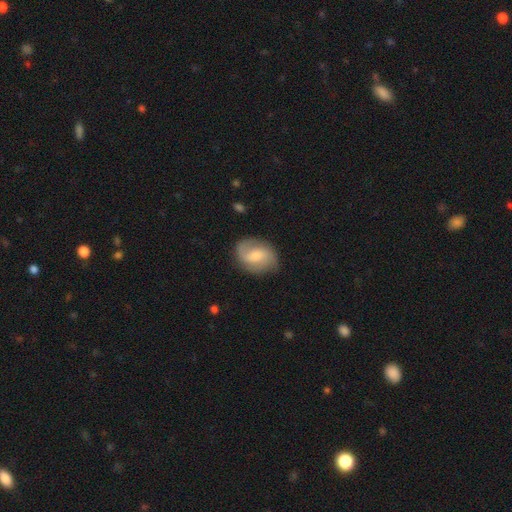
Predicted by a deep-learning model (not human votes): Smooth or featured? featured or disk (65%)
Edge-on disk? no (97%)
Bar? weak (50%)
Spiral arms? yes (91%)
Spiral winding? medium (43%)
Spiral arm count? 2 (82%)
Bulge size? moderate (46%)
Merging? none (77%)